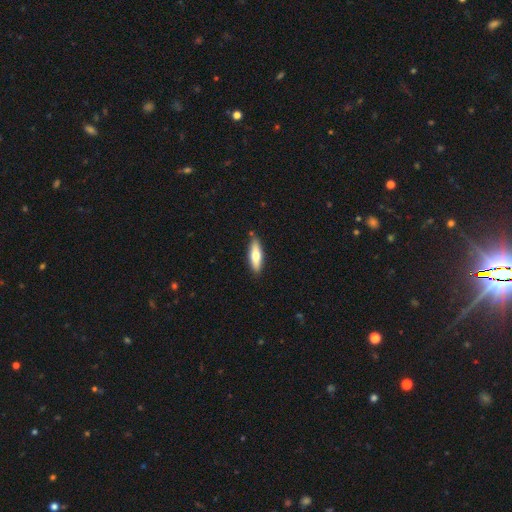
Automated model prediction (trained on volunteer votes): This appears to be a smooth galaxy with no disk features (62%) that is cigar-shaped (60%). Merging: none (85%).